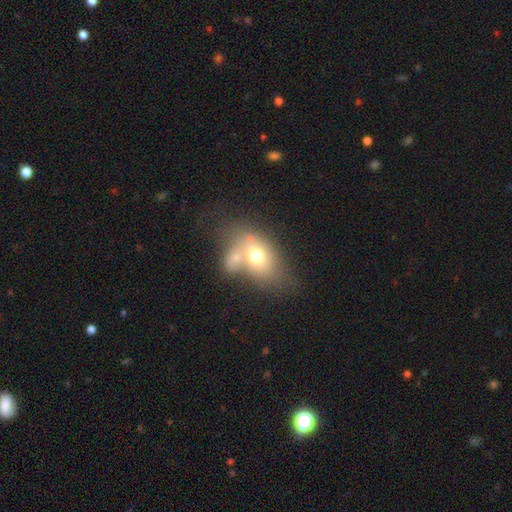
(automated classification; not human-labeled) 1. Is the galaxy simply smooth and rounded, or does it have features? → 64% smooth, 25% featured or disk, 11% star or artifact.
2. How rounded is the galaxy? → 73% in between, 25% round, 2% cigar-shaped.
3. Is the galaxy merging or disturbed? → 46% merger, 26% none, 14% minor disturbance, 13% major disturbance.